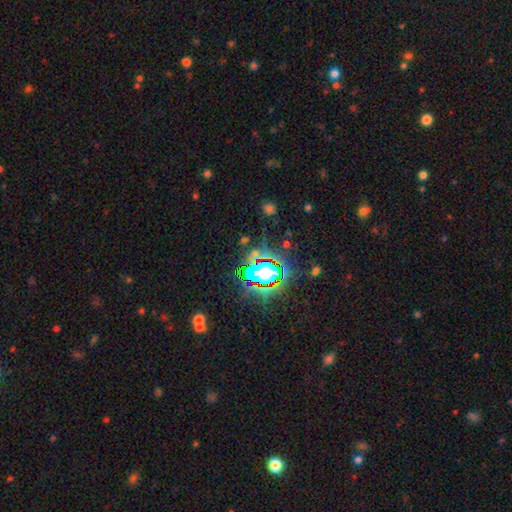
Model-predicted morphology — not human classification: Smooth or featured? Predicted: star or artifact (p=0.75).